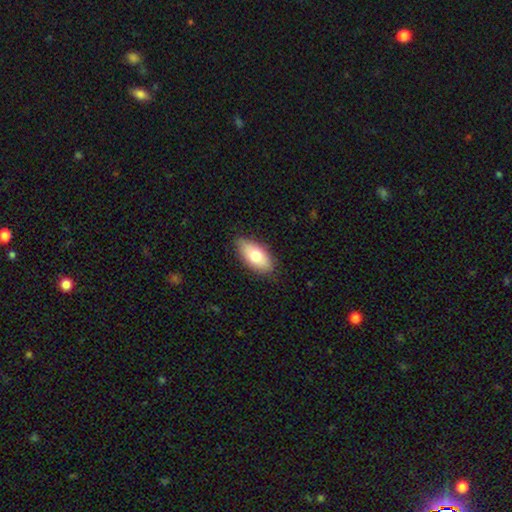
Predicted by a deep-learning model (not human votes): Overall: smooth (75%). How rounded: in between (90%). Merging: none (82%).